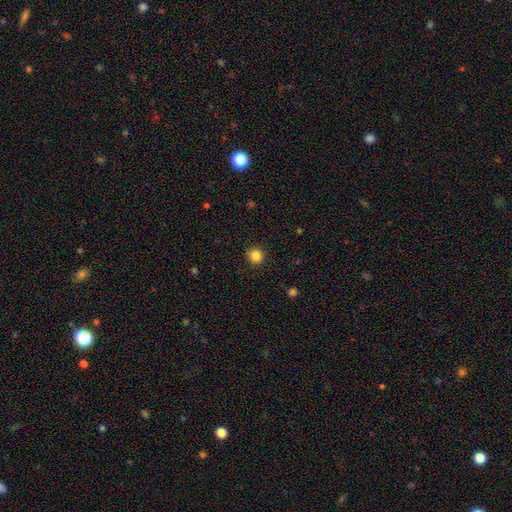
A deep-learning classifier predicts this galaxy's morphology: Q: Smooth or featured?
A: smooth (85%); runner-up: star or artifact (11%)
Q: How rounded?
A: round (94%); runner-up: in between (5%)
Q: Merging?
A: none (92%); runner-up: minor disturbance (5%)